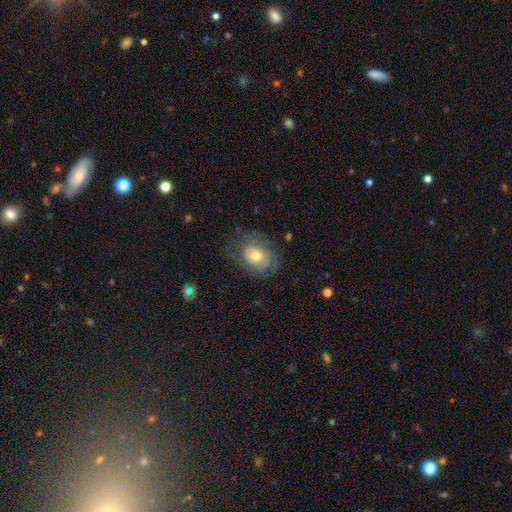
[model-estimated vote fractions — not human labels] This is possibly a featured or disk galaxy (59%). It is clearly not viewed edge-on (95%). Bar: clearly no (81%). Spiral arm pattern: likely yes (78%). Central bulge: likely moderate (66%). Merging: likely none (66%).